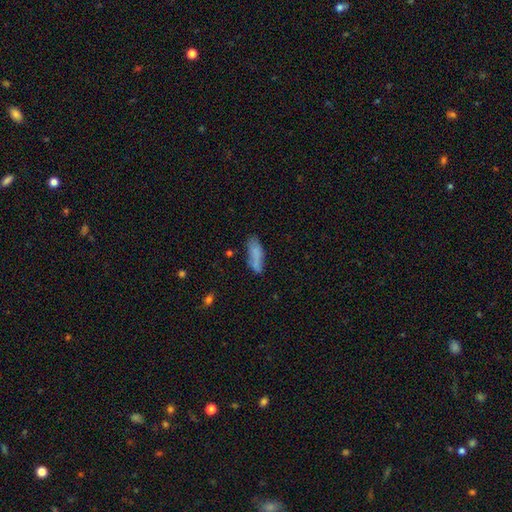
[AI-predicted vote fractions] Smooth or featured: smooth — 77% (featured or disk — 15%)
How rounded: in between — 52% (cigar-shaped — 46%)
Merging: none — 59% (minor disturbance — 24%)